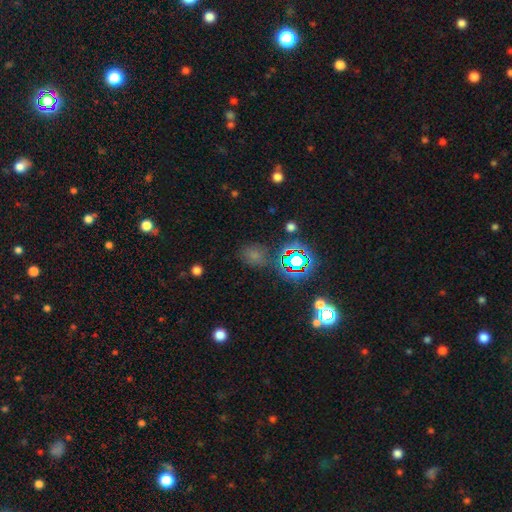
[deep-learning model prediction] A smooth galaxy with no disk features (47%).

Vote fractions:
- Smooth or featured? smooth: 47% / star or artifact: 44% / featured or disk: 9%
- Merging? none: 74% / minor disturbance: 14% / major disturbance: 7% / merger: 5%